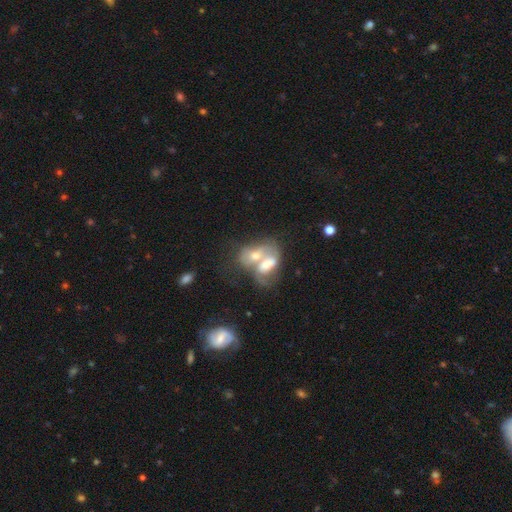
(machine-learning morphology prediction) Smooth or featured? Predicted: featured or disk (p=0.50). Merging? Predicted: merger (p=0.82).